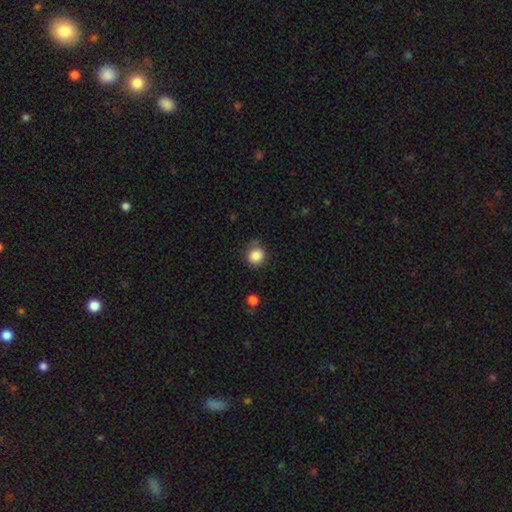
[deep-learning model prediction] Morphology: type=smooth (86%); roundness=round (87%); merging=none (77%).